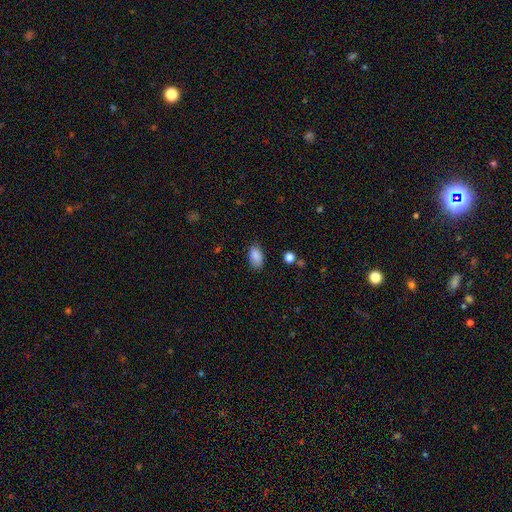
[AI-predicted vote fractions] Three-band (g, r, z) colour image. It shows a smooth galaxy with no disk features (88%) that is in between round and cigar-shaped (92%). Merging: none (80%).